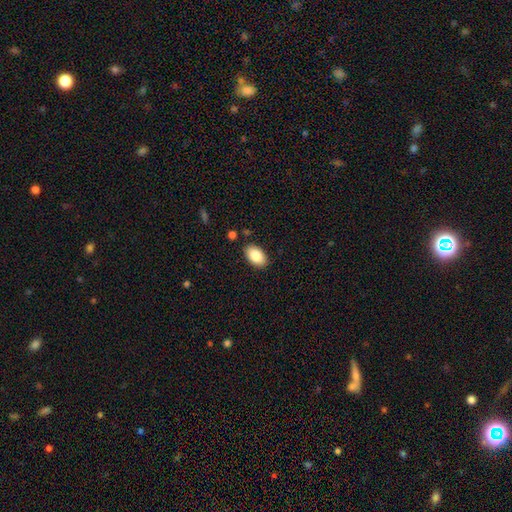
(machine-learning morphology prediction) smooth_or_featured: smooth (p=0.86) [alt: featured or disk p=0.08]
how_rounded: in between (p=0.94) [alt: round p=0.05]
merging: none (p=0.87) [alt: minor disturbance p=0.09]